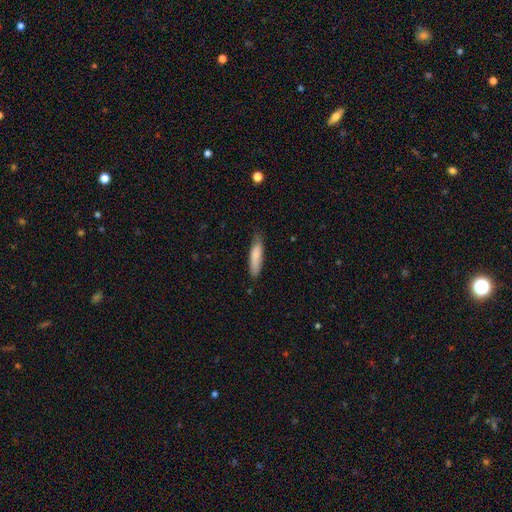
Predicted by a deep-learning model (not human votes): smooth 81%, featured or disk 13%, star or artifact 6%. Down the decision tree: how rounded — cigar-shaped (70%); merging — none (74%).